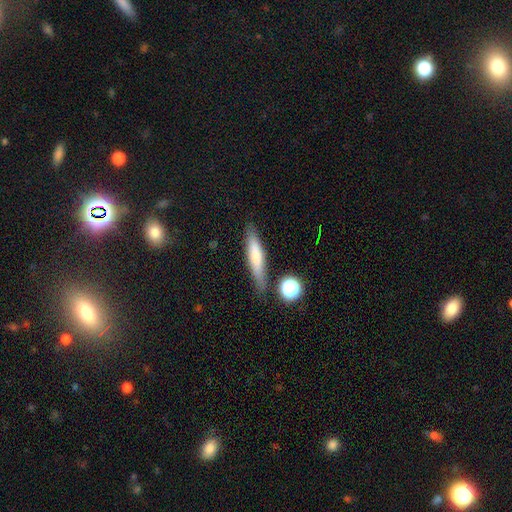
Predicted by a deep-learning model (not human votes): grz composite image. It shows a smooth galaxy with no disk features (65%) that is cigar-shaped (84%). Merging: none (80%).